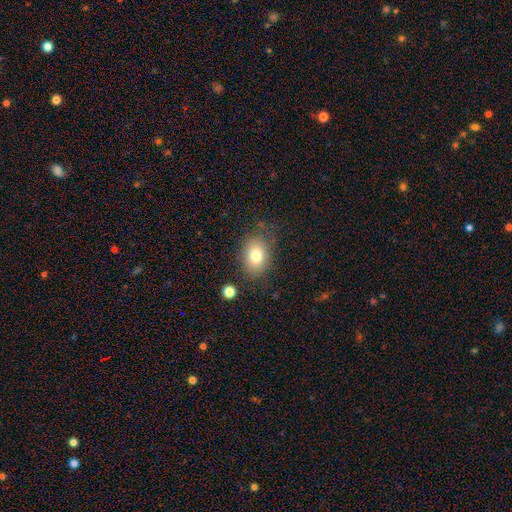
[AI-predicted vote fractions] This appears to be a smooth galaxy with no disk features (79%) that is in between round and cigar-shaped (67%). Merging: none (73%).